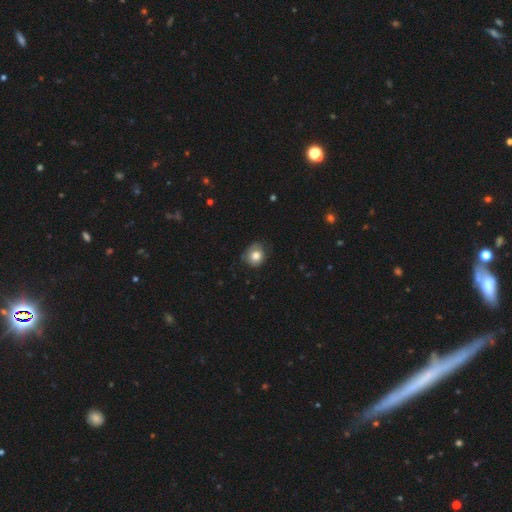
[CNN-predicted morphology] The model was most divided on "merging": none: 68%, minor disturbance: 24%, major disturbance: 6%, merger: 1%. More confident: smooth or featured — smooth (77%); how rounded — round (73%).